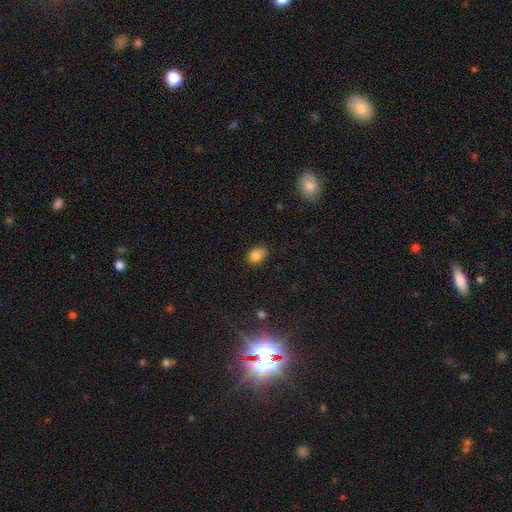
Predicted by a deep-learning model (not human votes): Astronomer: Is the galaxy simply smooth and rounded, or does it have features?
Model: smooth — 83%.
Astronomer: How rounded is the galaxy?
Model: in between — 68%.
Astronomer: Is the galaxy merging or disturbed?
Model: none — 76%.